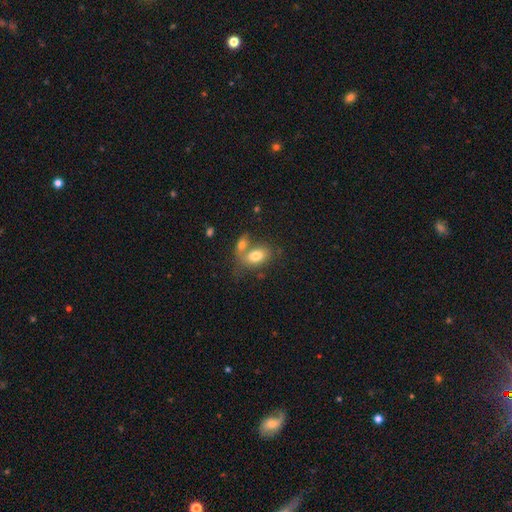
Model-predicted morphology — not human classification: The model was most divided on "merging": merger: 47%, none: 36%, minor disturbance: 11%, major disturbance: 5%. More confident: how rounded — in between (86%); smooth or featured — smooth (77%).